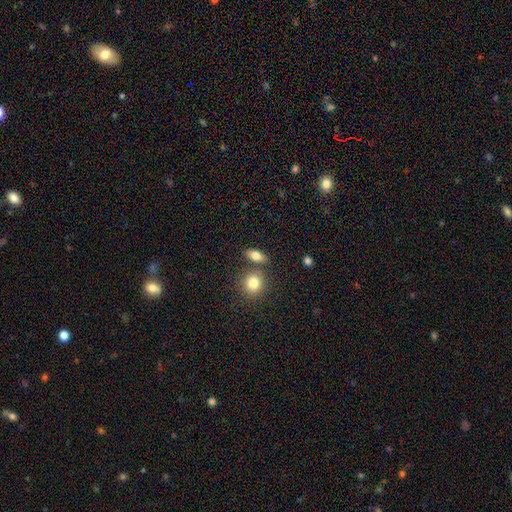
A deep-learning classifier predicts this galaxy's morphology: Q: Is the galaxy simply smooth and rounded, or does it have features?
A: smooth — 77%.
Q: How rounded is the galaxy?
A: in between — 72%.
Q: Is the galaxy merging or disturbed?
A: none — 70%.